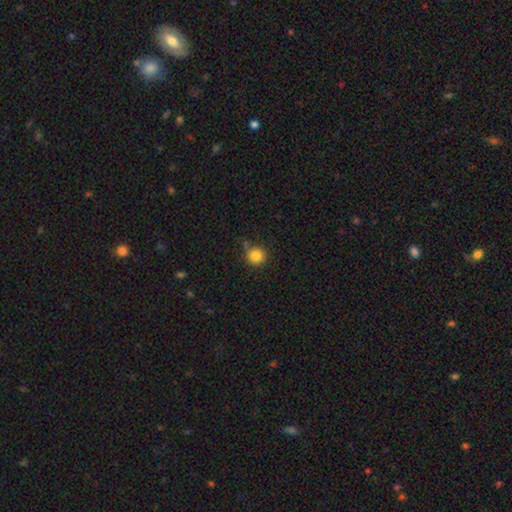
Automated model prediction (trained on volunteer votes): smooth_or_featured: smooth (p=0.85) [alt: star or artifact p=0.11]
how_rounded: round (p=0.93) [alt: in between p=0.06]
merging: none (p=0.79) [alt: minor disturbance p=0.13]